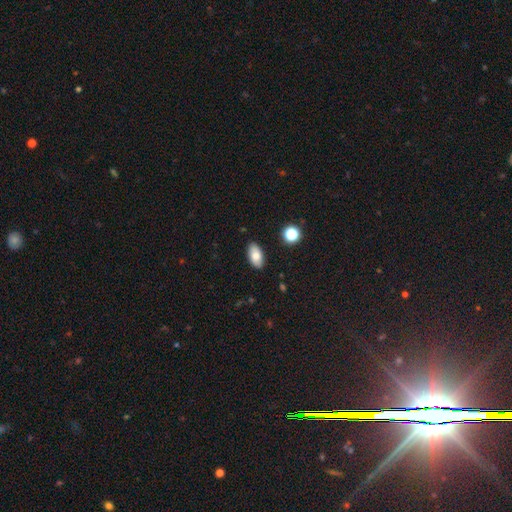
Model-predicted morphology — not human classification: Smooth or featured?
  - smooth: 77% *
  - featured or disk: 15%
  - star or artifact: 8%
How rounded?
  - in between: 92% *
  - round: 4%
  - cigar-shaped: 3%
Merging?
  - none: 88% *
  - minor disturbance: 9%
  - major disturbance: 2%
  - merger: 2%